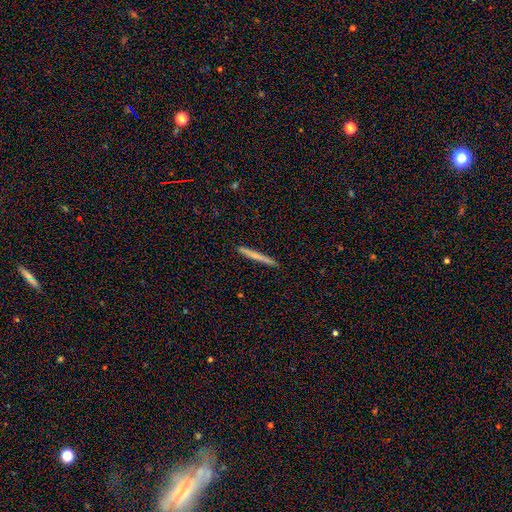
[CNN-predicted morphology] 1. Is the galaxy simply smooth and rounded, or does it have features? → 64% smooth, 29% featured or disk, 6% star or artifact.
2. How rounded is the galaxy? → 97% cigar-shaped, 2% in between, 1% round.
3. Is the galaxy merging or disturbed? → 92% none, 6% minor disturbance, 1% major disturbance, 1% merger.